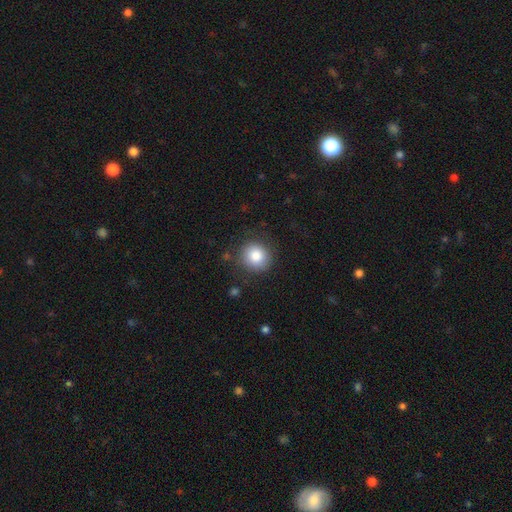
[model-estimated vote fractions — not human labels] Overall: smooth (84%). How rounded: round (88%). Merging: none (84%).